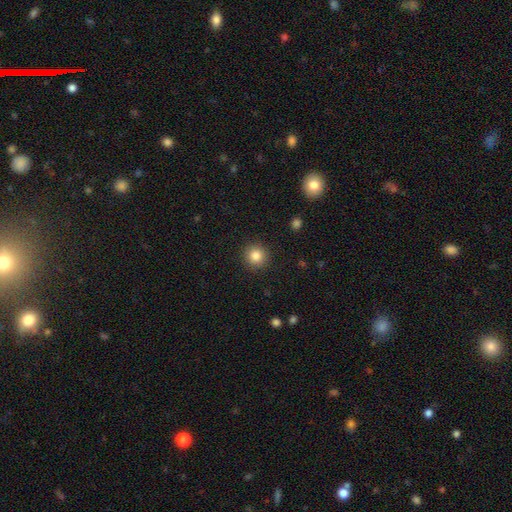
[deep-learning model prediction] smooth_or_featured: smooth (p=0.85) [alt: star or artifact p=0.10]
how_rounded: round (p=0.94) [alt: in between p=0.05]
merging: none (p=0.91) [alt: minor disturbance p=0.05]